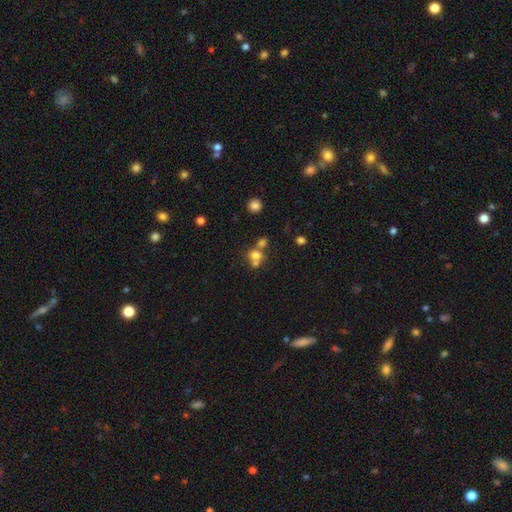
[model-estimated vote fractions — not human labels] This appears to be a smooth galaxy with no disk features (68%) that is round (76%). Merging: merger (50%).